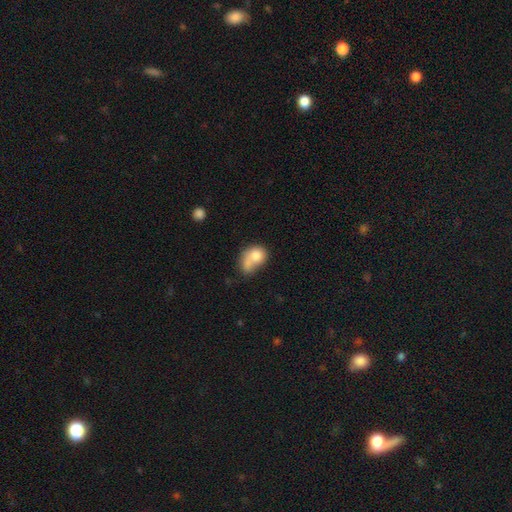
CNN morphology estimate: Smooth or featured: smooth — 74% (featured or disk — 18%)
How rounded: in between — 53% (round — 46%)
Merging: merger — 51% (none — 23%)